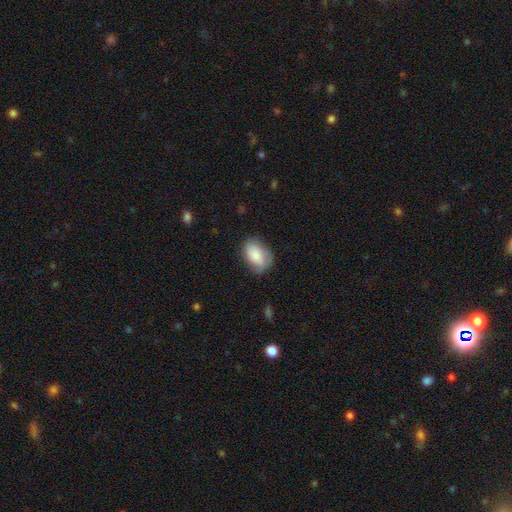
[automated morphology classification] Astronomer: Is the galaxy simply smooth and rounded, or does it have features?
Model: smooth — 78%.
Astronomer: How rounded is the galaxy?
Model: in between — 88%.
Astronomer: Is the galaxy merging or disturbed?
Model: none — 66%.